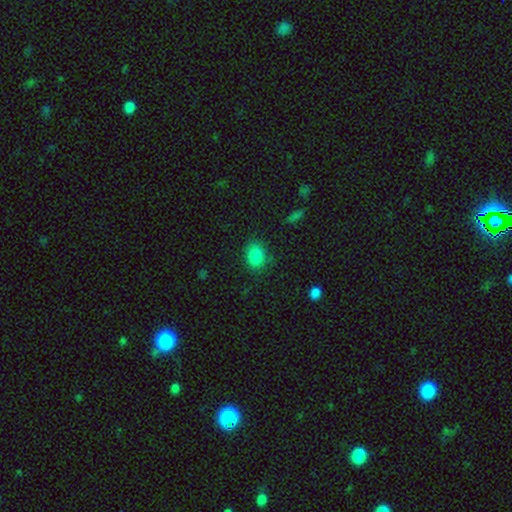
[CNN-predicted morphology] smooth_or_featured: smooth (p=0.85) [alt: star or artifact p=0.10]
how_rounded: in between (p=0.66) [alt: round p=0.33]
merging: none (p=0.81) [alt: minor disturbance p=0.13]